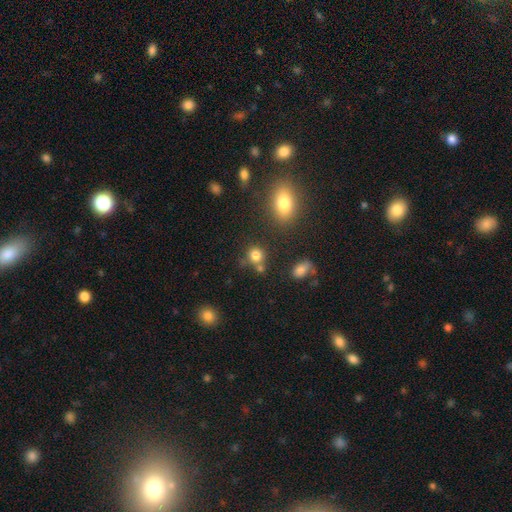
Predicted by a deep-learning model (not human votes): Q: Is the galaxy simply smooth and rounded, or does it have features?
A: smooth — 80%.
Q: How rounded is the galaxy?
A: round — 82%.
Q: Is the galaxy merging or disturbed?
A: none — 60%.